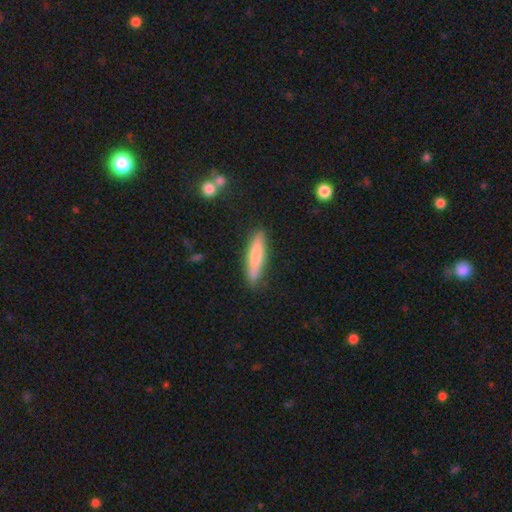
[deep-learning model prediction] Overall: smooth (76%). How rounded: cigar-shaped (84%). Merging: none (86%).